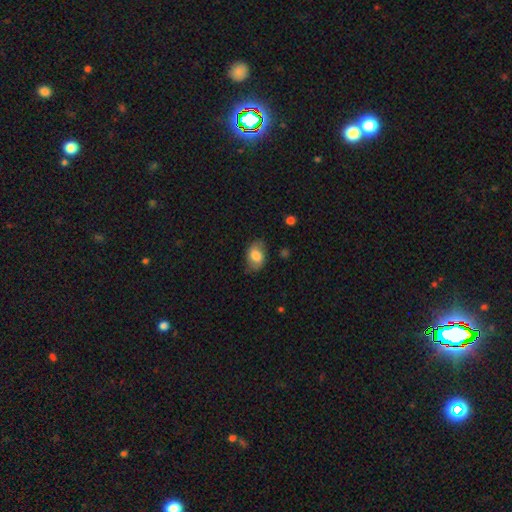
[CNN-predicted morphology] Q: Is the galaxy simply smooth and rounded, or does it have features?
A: smooth — 70%.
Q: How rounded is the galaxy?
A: in between — 82%.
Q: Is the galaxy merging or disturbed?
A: none — 69%.